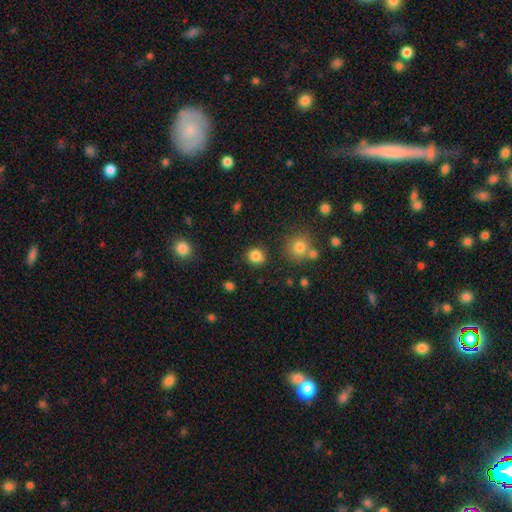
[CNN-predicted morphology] Q: Smooth or featured?
A: smooth (84%); runner-up: star or artifact (11%)
Q: How rounded?
A: round (86%); runner-up: in between (13%)
Q: Merging?
A: none (86%); runner-up: minor disturbance (8%)